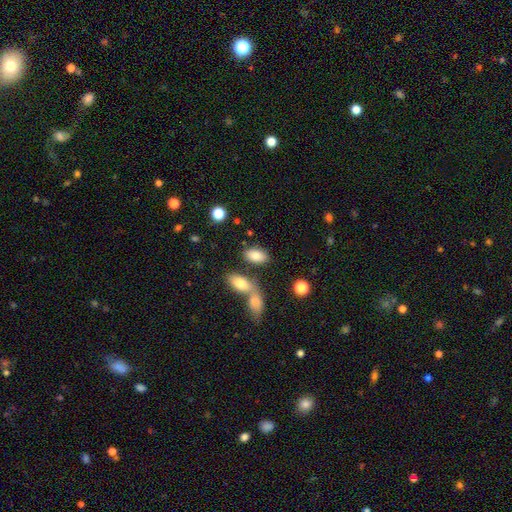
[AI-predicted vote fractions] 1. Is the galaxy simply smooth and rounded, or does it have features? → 82% smooth, 10% featured or disk, 8% star or artifact.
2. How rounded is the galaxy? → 93% in between, 4% round, 3% cigar-shaped.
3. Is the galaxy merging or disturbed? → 66% none, 20% merger, 11% minor disturbance, 4% major disturbance.